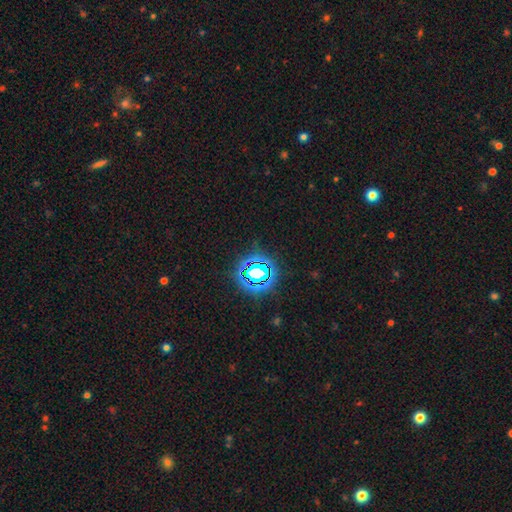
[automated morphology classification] type=star or artifact (82%).